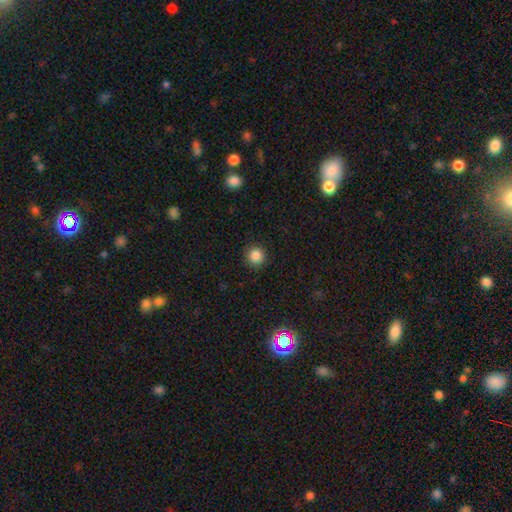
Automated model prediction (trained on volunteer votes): This appears to be a smooth galaxy with no disk features (85%) that is round (94%). Merging: none (91%).